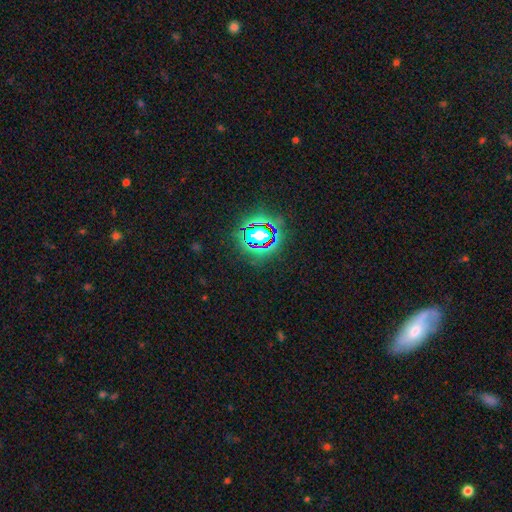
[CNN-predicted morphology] The model was most divided on "smooth or featured": star or artifact: 74%, smooth: 15%, featured or disk: 11%.